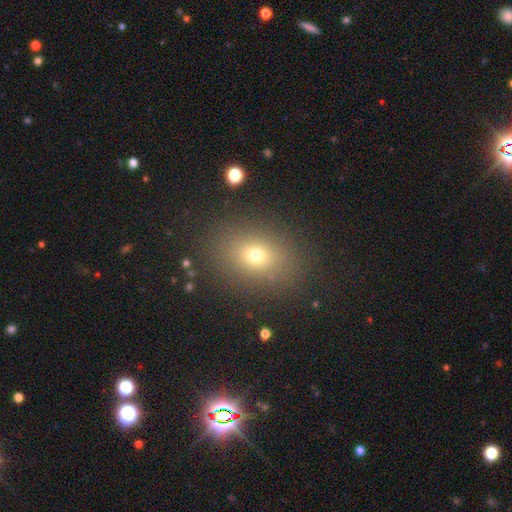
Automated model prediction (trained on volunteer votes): smooth-or-featured: smooth: 69% | star or artifact: 19% | featured or disk: 12%
  how-rounded: in between: 57% | round: 42% | cigar-shaped: 1%
  merging: none: 84% | minor disturbance: 9% | major disturbance: 5% | merger: 2%